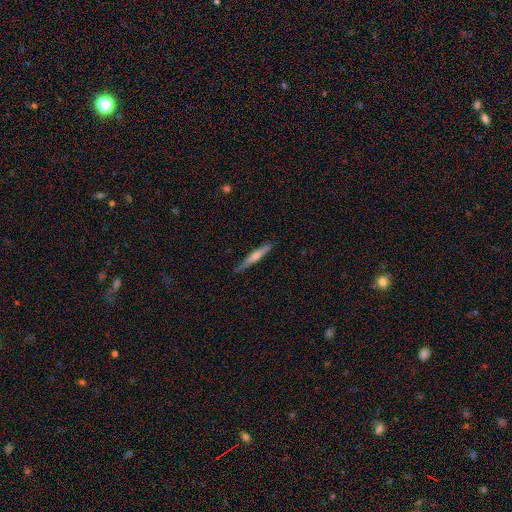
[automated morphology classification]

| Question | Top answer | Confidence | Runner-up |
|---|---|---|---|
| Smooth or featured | featured or disk | 60% | smooth (34%) |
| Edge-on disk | yes | 97% | no (3%) |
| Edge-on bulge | rounded | 77% | none (15%) |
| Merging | none | 87% | minor disturbance (10%) |